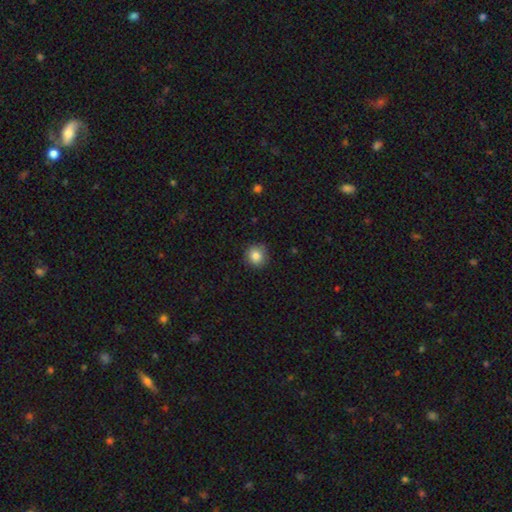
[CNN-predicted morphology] type=smooth (85%); roundness=round (91%); merging=none (88%).